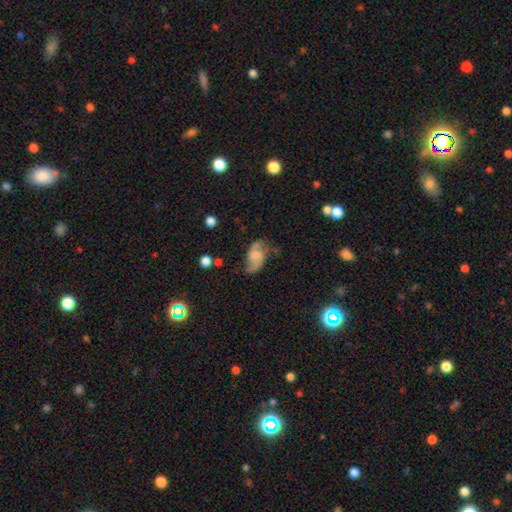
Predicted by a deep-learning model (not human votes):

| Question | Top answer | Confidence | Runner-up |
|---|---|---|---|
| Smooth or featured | featured or disk | 72% | smooth (21%) |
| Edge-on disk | no | 97% | yes (3%) |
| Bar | no | 48% | weak (43%) |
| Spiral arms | yes | 92% | no (8%) |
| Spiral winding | loose | 48% | medium (40%) |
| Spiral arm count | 2 | 88% | can't tell (6%) |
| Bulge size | small | 33% | none (30%) |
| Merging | none | 61% | minor disturbance (24%) |